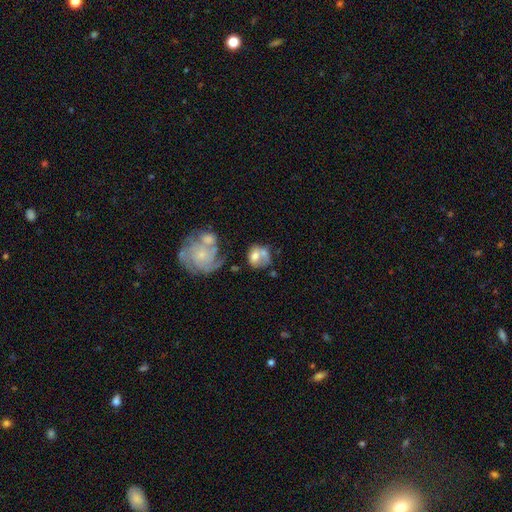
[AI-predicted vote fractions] Smooth or featured: smooth — 49% (featured or disk — 44%)
Merging: merger — 39% (none — 29%)